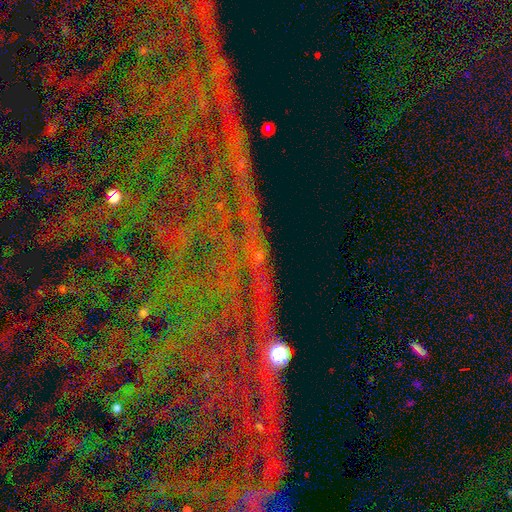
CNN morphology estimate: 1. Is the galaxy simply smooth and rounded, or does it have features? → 81% star or artifact, 11% featured or disk, 9% smooth.